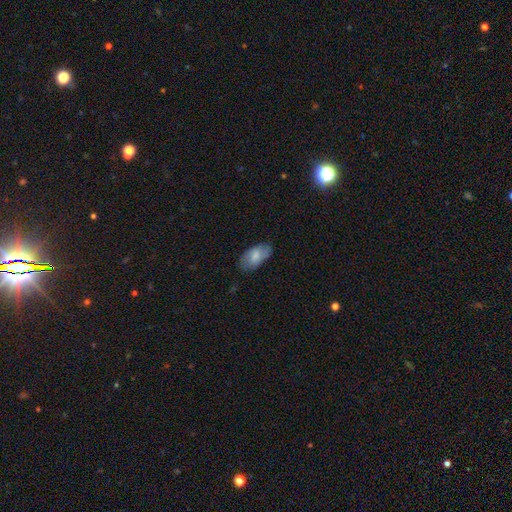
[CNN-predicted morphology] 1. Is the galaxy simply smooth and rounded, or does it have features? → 76% smooth, 17% featured or disk, 7% star or artifact.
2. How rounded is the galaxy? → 94% in between, 3% round, 3% cigar-shaped.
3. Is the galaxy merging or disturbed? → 69% none, 23% minor disturbance, 6% major disturbance, 2% merger.